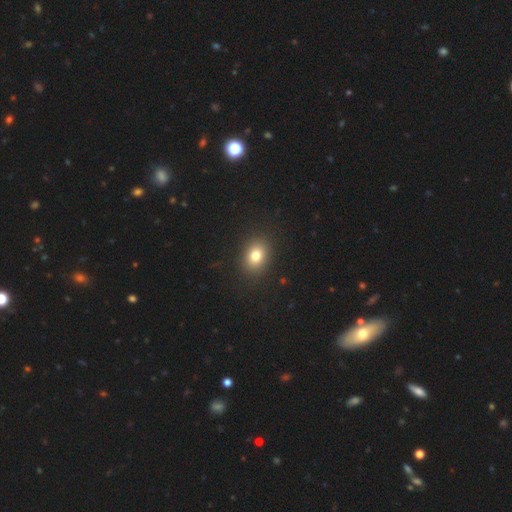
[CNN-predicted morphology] Smooth or featured?
  - smooth: 78% *
  - star or artifact: 12%
  - featured or disk: 9%
How rounded?
  - in between: 59% *
  - round: 40%
  - cigar-shaped: 1%
Merging?
  - none: 89% *
  - minor disturbance: 7%
  - major disturbance: 3%
  - merger: 1%